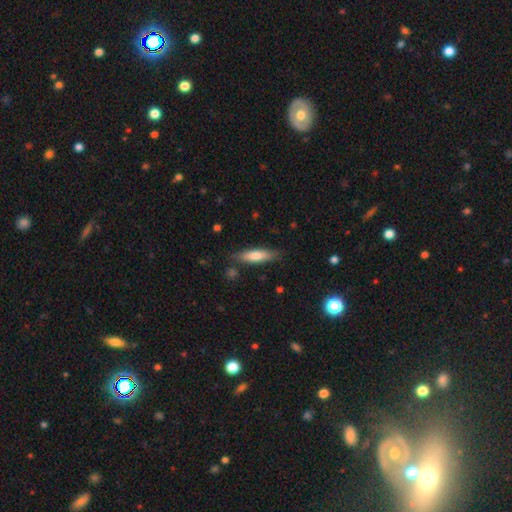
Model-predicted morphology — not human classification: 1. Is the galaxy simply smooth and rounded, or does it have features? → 71% smooth, 23% featured or disk, 6% star or artifact.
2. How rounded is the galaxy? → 67% cigar-shaped, 32% in between, 2% round.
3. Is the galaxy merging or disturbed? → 82% none, 13% minor disturbance, 3% major disturbance, 2% merger.